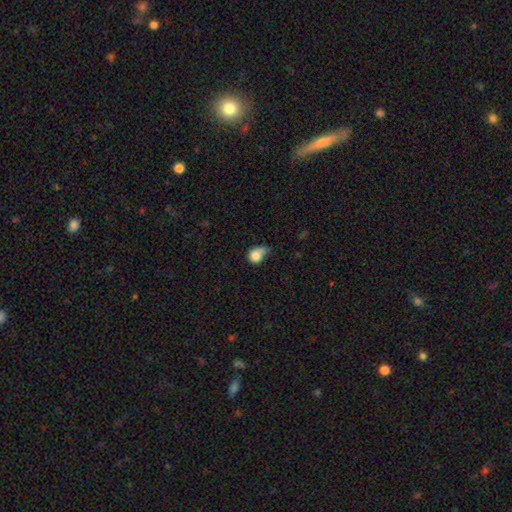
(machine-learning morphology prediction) The model was most divided on "merging": minor disturbance: 42%, none: 32%, major disturbance: 19%, merger: 7%. More confident: smooth or featured — smooth (81%); how rounded — round (63%).